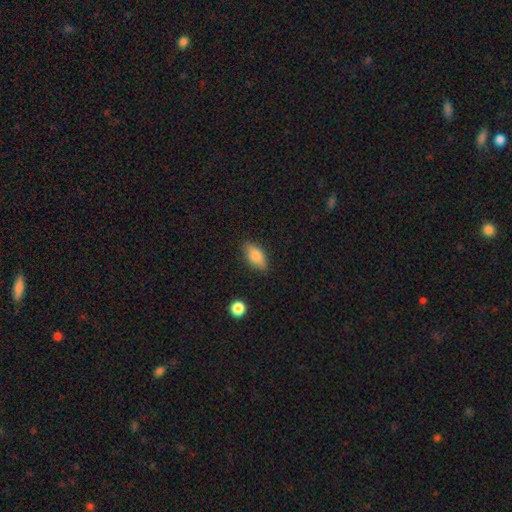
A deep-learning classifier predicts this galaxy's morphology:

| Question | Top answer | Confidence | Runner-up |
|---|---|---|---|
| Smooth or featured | smooth | 75% | featured or disk (17%) |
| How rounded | in between | 83% | cigar-shaped (13%) |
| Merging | none | 82% | minor disturbance (14%) |